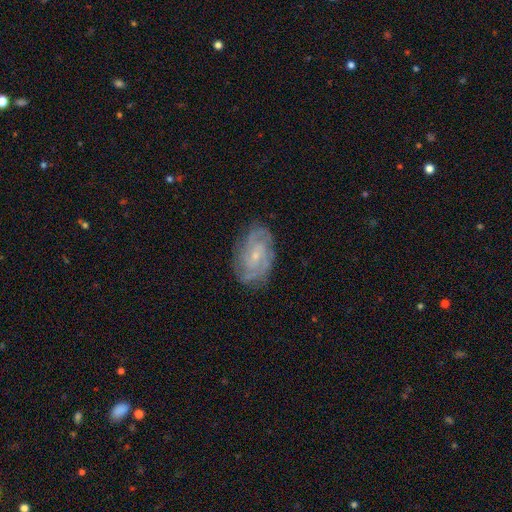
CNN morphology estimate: Smooth or featured? Predicted: featured or disk (p=0.82). Edge-on disk? Predicted: no (p=0.97). Bar? Predicted: no (p=0.56). Spiral arms? Predicted: yes (p=0.95). Spiral winding? Predicted: tight (p=0.60). Spiral arm count? Predicted: can't tell (p=0.29). Bulge size? Predicted: small (p=0.73). Merging? Predicted: none (p=0.80).